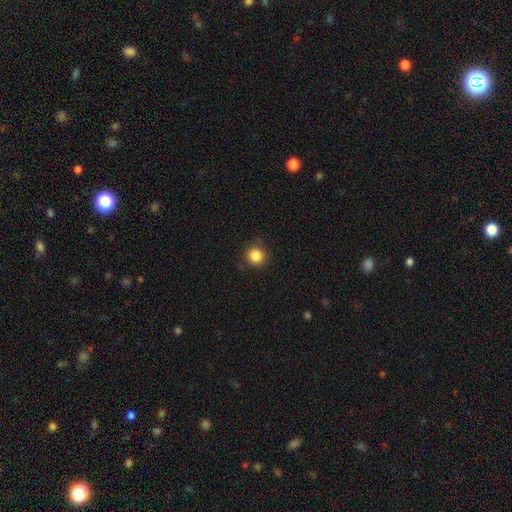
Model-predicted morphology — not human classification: Smooth or featured: smooth — 85% (star or artifact — 11%)
How rounded: round — 92% (in between — 7%)
Merging: none — 86% (minor disturbance — 10%)